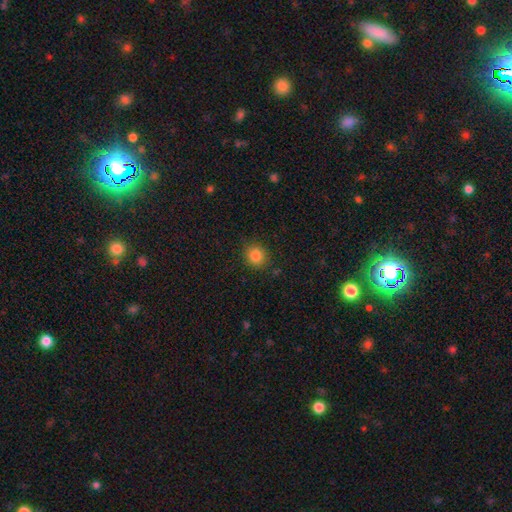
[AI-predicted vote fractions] smooth_or_featured: smooth (p=0.84) [alt: star or artifact p=0.11]
how_rounded: round (p=0.82) [alt: in between p=0.17]
merging: none (p=0.87) [alt: minor disturbance p=0.09]